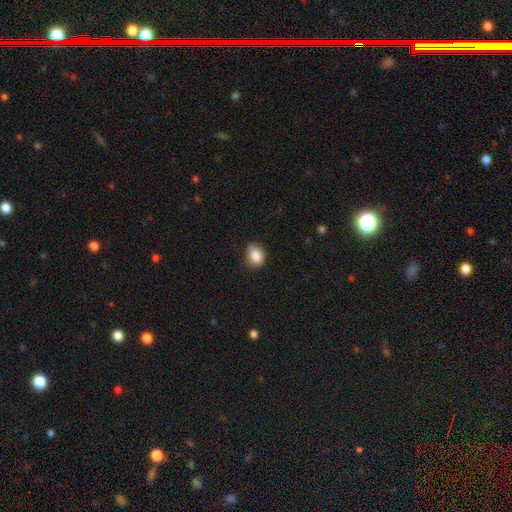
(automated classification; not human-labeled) Overall: smooth (85%). How rounded: round (50%; in between 49%). Merging: none (57%; minor disturbance 34%).